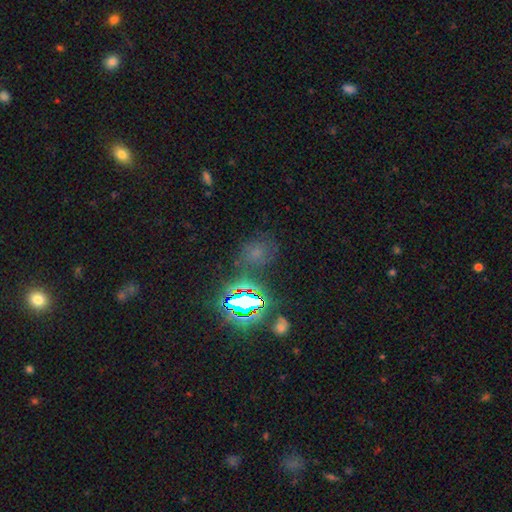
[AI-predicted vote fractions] This is likely a star or artifact rather than a galaxy (64%).